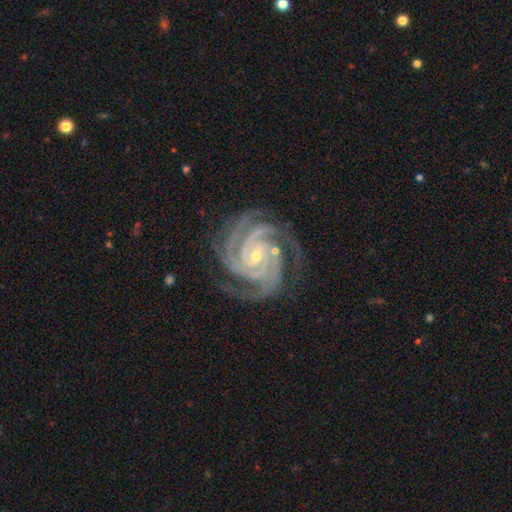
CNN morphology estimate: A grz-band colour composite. It shows a featured or disk galaxy (94%) with no bar (52%), 4 (43%) tight (77%) spiral arms (99%) and a small central bulge (68%). Merging: none (77%).